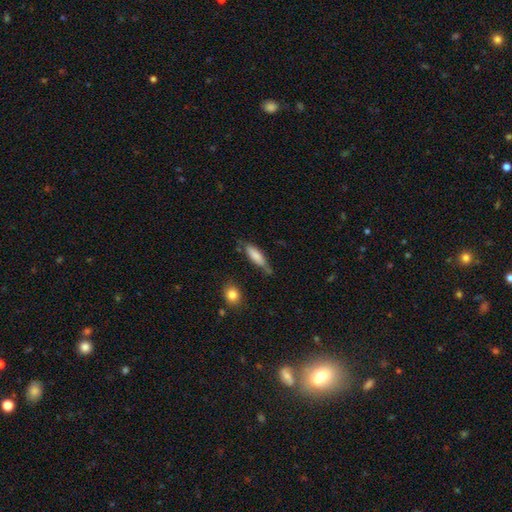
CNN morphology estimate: smooth 77%, featured or disk 16%, star or artifact 7%. Down the decision tree: how rounded — cigar-shaped (56%); merging — none (53%).